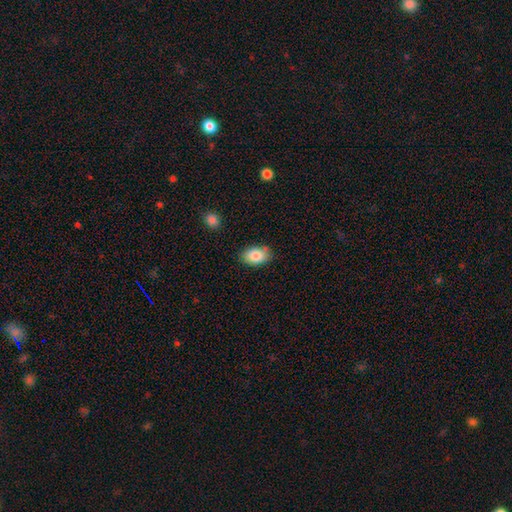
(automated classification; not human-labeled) This appears to be a smooth galaxy with no disk features (85%) that is in between round and cigar-shaped (88%). Merging: none (81%).